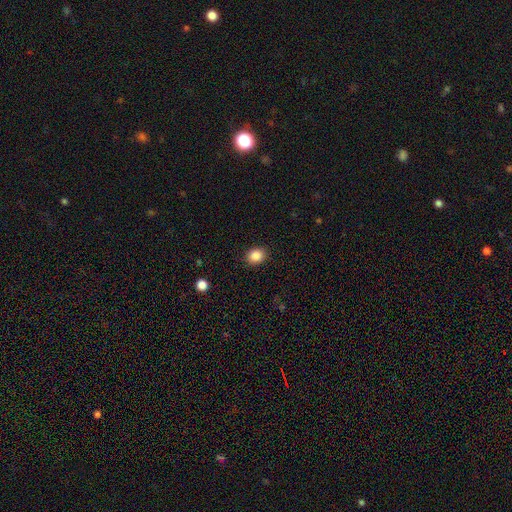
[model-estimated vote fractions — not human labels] smooth_or_featured: smooth (p=0.87) [alt: star or artifact p=0.09]
how_rounded: round (p=0.57) [alt: in between p=0.42]
merging: none (p=0.89) [alt: minor disturbance p=0.08]